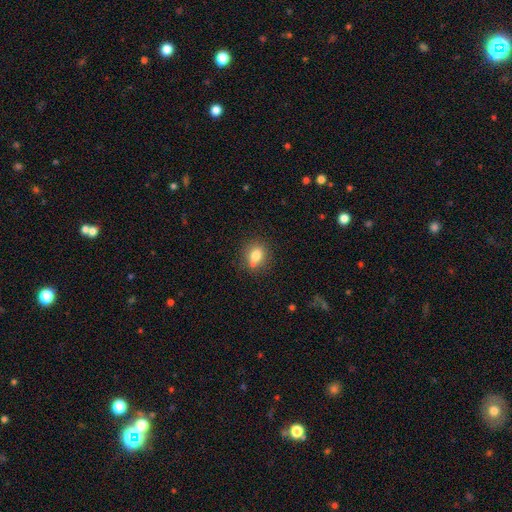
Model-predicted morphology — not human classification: A smooth galaxy with no disk features (77%) that is round (61%). Merging: none (65%).